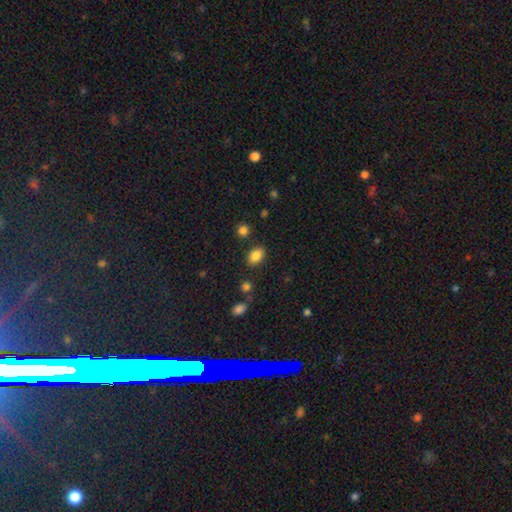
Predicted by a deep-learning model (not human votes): A smooth galaxy with no disk features (85%) that is in between round and cigar-shaped (85%).

Vote fractions:
- Smooth or featured? smooth: 85% / star or artifact: 9% / featured or disk: 5%
- How rounded? in between: 85% / round: 14% / cigar-shaped: 1%
- Merging? none: 84% / minor disturbance: 10% / merger: 4% / major disturbance: 3%